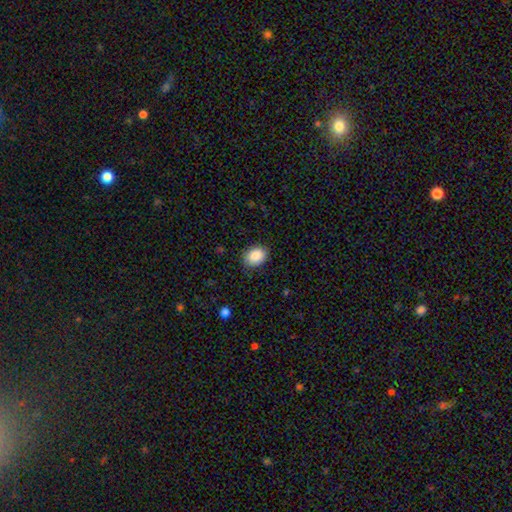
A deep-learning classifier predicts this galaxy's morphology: The model was most divided on "how rounded": in between: 64%, round: 35%, cigar-shaped: 1%. More confident: smooth or featured — smooth (88%); merging — none (83%).